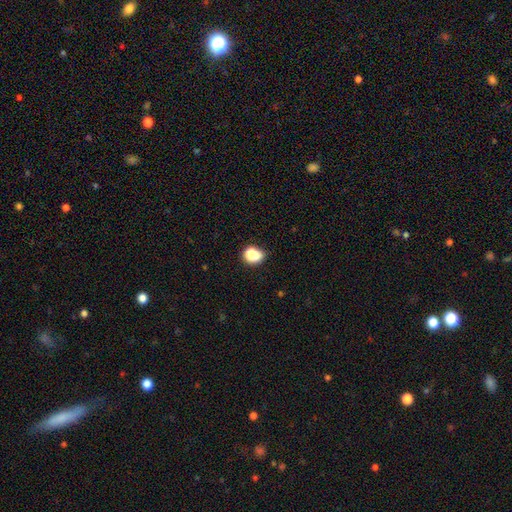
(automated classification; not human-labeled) The model was most divided on "how rounded" (2-way tie): in between: 49%, round: 49%, cigar-shaped: 1%. Remaining: smooth or featured — smooth (77%); merging — none (44%).